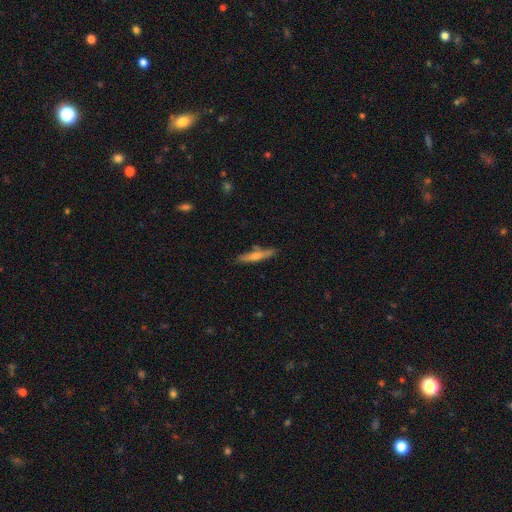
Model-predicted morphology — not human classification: Smooth or featured: smooth — 49% (featured or disk — 44%)
Merging: none — 81% (minor disturbance — 13%)